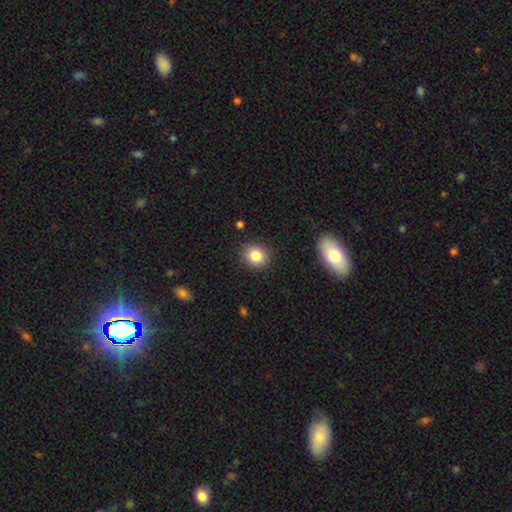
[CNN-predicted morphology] The model was most divided on "how rounded": round: 80%, in between: 19%, cigar-shaped: 1%. More confident: merging — none (89%); smooth or featured — smooth (84%).